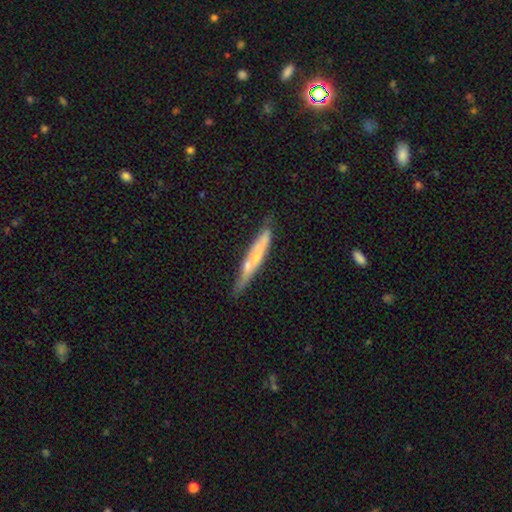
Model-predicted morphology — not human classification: This is possibly a featured or disk galaxy (49%). Merging: likely none (65%).